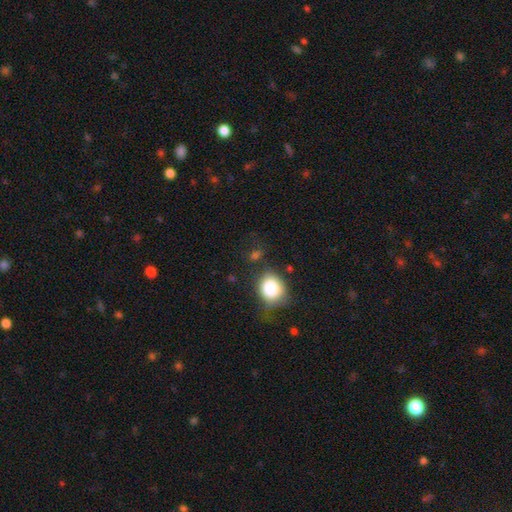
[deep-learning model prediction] Overall: smooth (78%). How rounded: round (66%; in between 33%). Merging: none (63%).